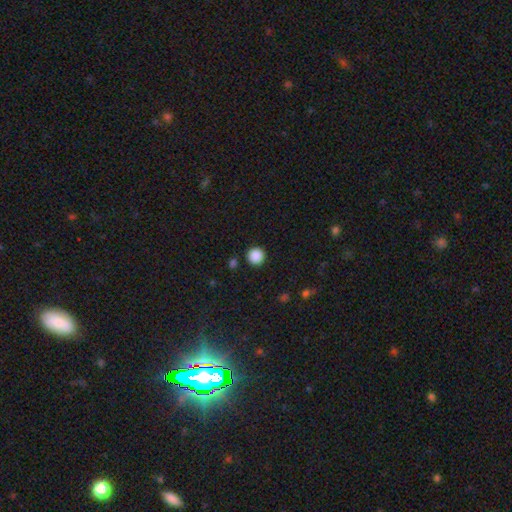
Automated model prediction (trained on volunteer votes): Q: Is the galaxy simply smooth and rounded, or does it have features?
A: smooth — 88%.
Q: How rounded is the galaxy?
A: round — 95%.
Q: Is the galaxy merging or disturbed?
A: none — 91%.